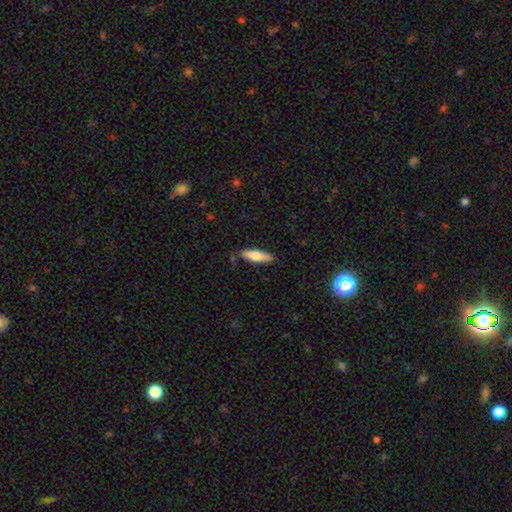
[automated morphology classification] This appears to be a smooth galaxy with no disk features (72%) that is cigar-shaped (53%). Merging: none (81%).